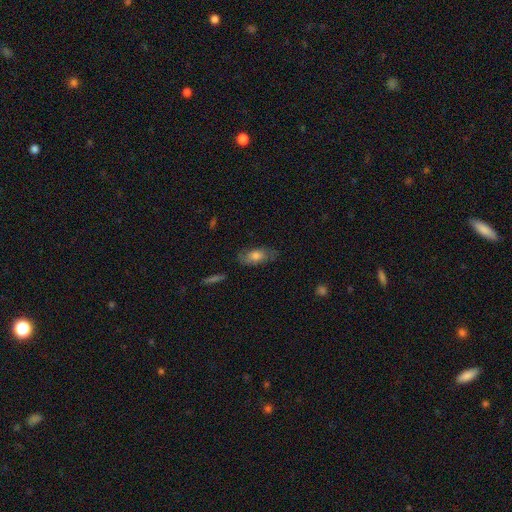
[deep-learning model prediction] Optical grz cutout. It shows a smooth galaxy with no disk features (68%) that is in between round and cigar-shaped (81%). Merging: none (73%).